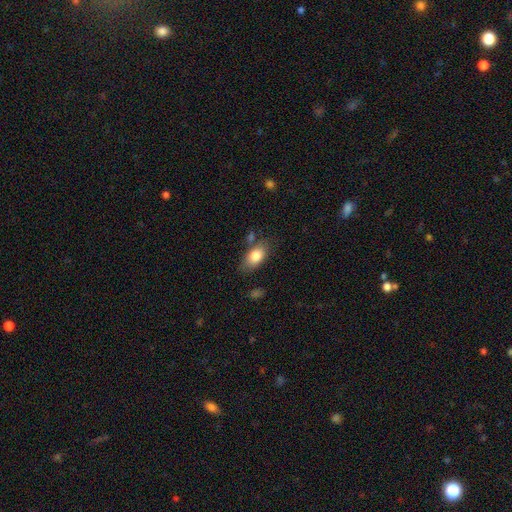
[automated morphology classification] smooth 81%, featured or disk 12%, star or artifact 7%. Down the decision tree: how rounded — in between (89%); merging — none (71%).